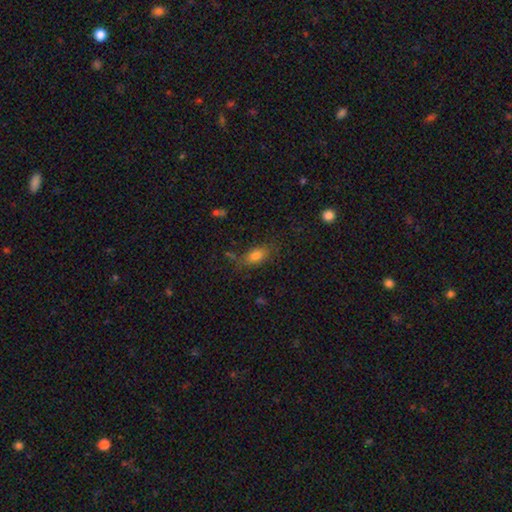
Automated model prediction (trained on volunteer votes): smooth_or_featured: smooth (p=0.78) [alt: featured or disk p=0.11]
how_rounded: in between (p=0.84) [alt: cigar-shaped p=0.09]
merging: none (p=0.69) [alt: minor disturbance p=0.19]